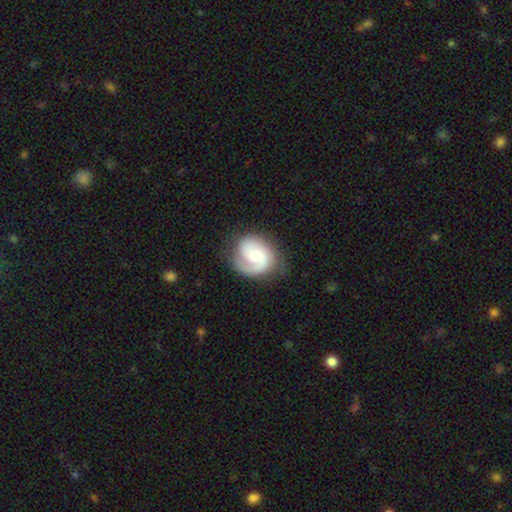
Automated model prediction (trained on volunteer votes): Smooth or featured? featured or disk (74%)
Edge-on disk? no (98%)
Bar? no (53%)
Spiral arms? yes (95%)
Spiral winding? medium (45%)
Spiral arm count? 2 (65%)
Bulge size? moderate (53%)
Merging? none (71%)